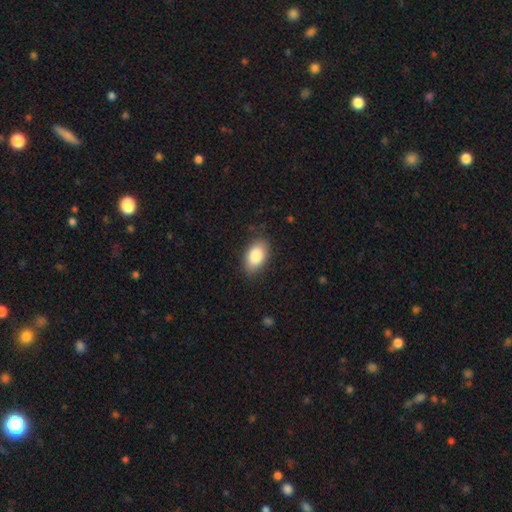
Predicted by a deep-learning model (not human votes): Overall: smooth (86%). How rounded: in between (92%). Merging: none (84%).